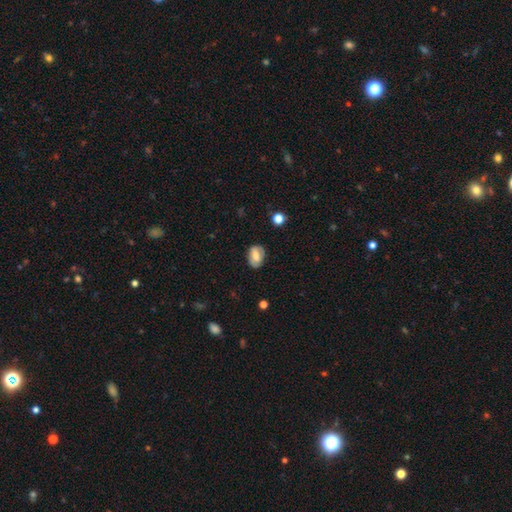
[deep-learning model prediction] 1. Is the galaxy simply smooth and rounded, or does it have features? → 62% smooth, 29% featured or disk, 9% star or artifact.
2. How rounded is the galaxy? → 81% in between, 17% round, 2% cigar-shaped.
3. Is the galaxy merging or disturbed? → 76% none, 18% minor disturbance, 5% major disturbance, 2% merger.